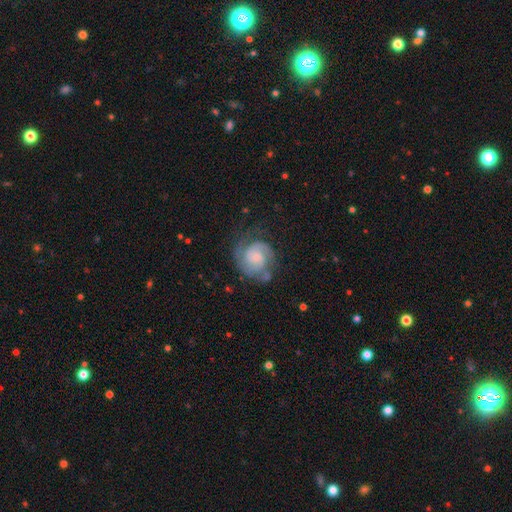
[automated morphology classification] smooth-or-featured: featured or disk: 82% | smooth: 11% | star or artifact: 7%
  disk-edge-on: no: 98% | yes: 2%
    bar: no: 58% | weak: 35% | strong: 7%
    has-spiral-arms: yes: 97% | no: 3%
      spiral-winding: tight: 57% | medium: 36% | loose: 8%
      spiral-arm-count: 2: 75% | can't tell: 10% | 3: 7% | 1: 4% | 4: 2% | more than 4: 2%
    bulge-size: small: 43% | moderate: 26% | none: 22% | large: 7% | dominant: 2%
  merging: none: 71% | minor disturbance: 18% | major disturbance: 9% | merger: 2%